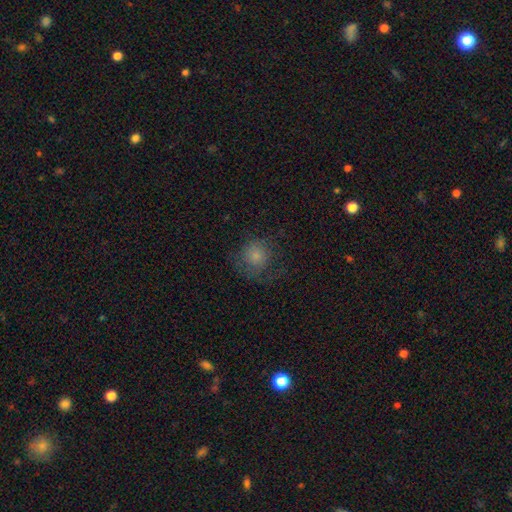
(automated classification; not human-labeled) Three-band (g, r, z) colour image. It shows a smooth galaxy with no disk features (71%) that is round (87%). Merging: none (60%).